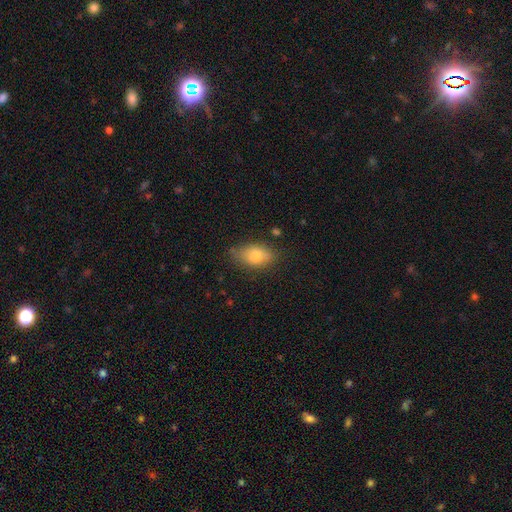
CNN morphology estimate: A smooth galaxy with no disk features (75%) that is in between round and cigar-shaped (87%).

Vote fractions:
- Smooth or featured? smooth: 75% / featured or disk: 16% / star or artifact: 8%
- How rounded? in between: 87% / round: 11% / cigar-shaped: 3%
- Merging? none: 71% / minor disturbance: 23% / major disturbance: 4% / merger: 2%